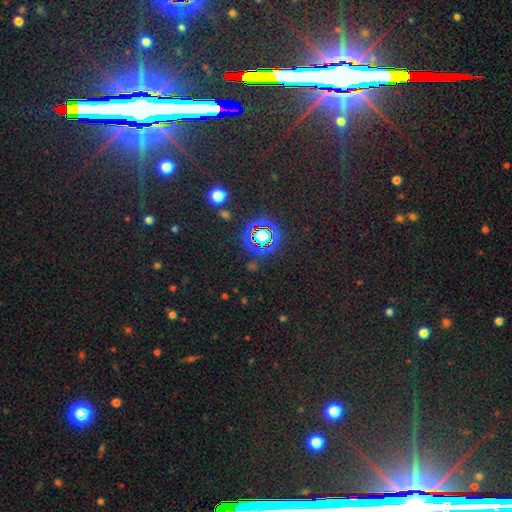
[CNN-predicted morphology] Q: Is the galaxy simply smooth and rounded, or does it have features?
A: star or artifact — 80%.